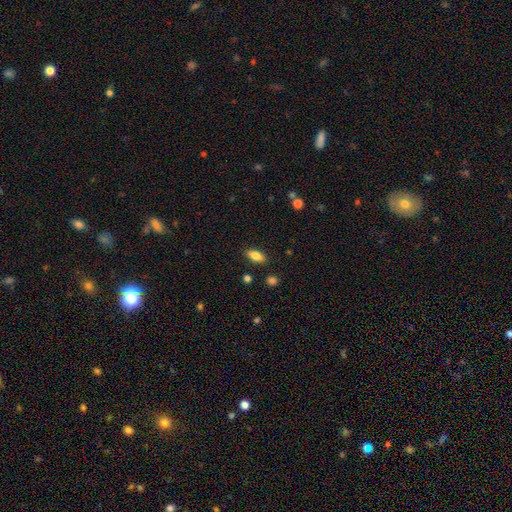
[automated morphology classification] type=smooth (82%); roundness=in between (84%); merging=none (86%).